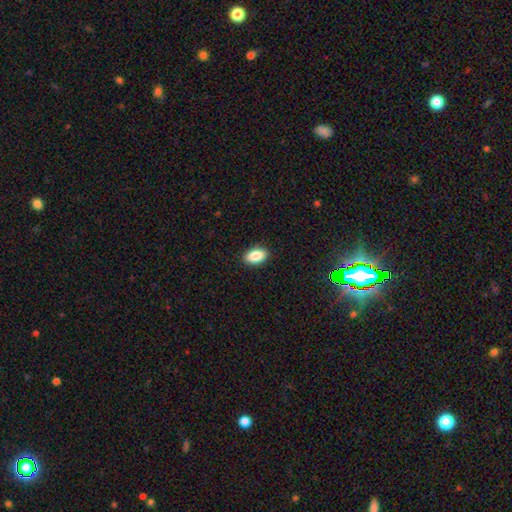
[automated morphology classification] type=smooth (88%); roundness=in between (92%); merging=none (89%).